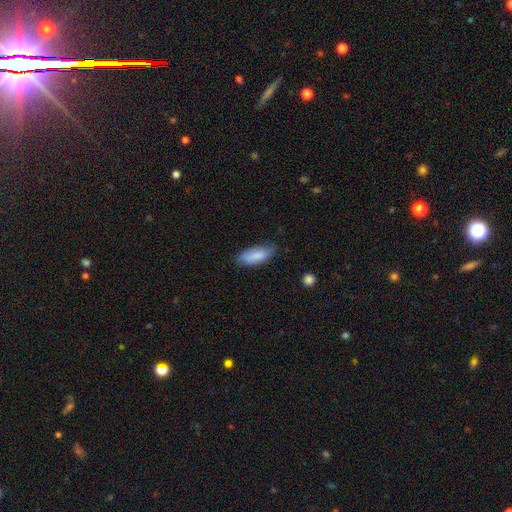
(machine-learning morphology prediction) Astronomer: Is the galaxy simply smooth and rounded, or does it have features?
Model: smooth — 82%.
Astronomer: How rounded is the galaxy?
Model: in between — 82%.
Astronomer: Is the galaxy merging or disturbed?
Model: none — 69%.